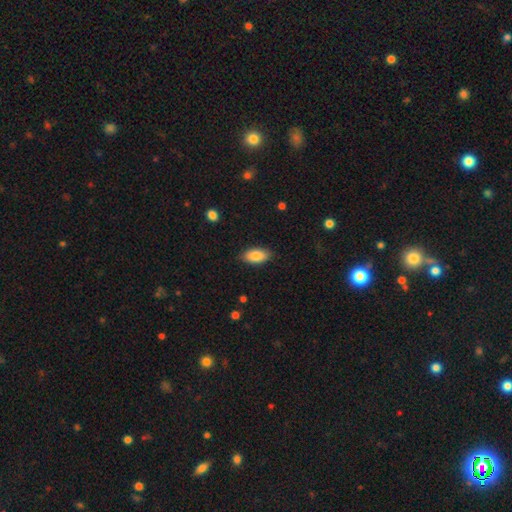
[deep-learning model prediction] A smooth galaxy with no disk features (86%) that is in between round and cigar-shaped (92%). Merging: none (85%).